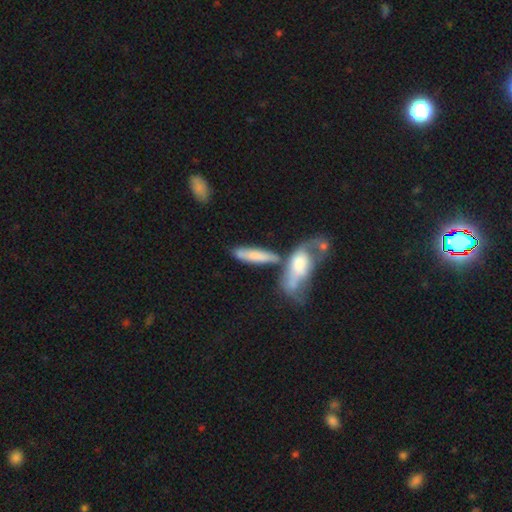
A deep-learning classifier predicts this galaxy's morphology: Smooth or featured? smooth (66%)
How rounded? cigar-shaped (70%)
Merging? none (47%)